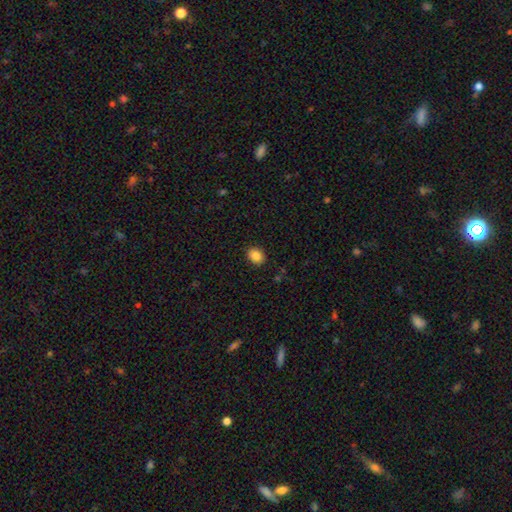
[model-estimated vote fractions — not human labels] This is clearly a smooth galaxy (86%). How rounded: possibly in between (51%). Merging: clearly none (89%).